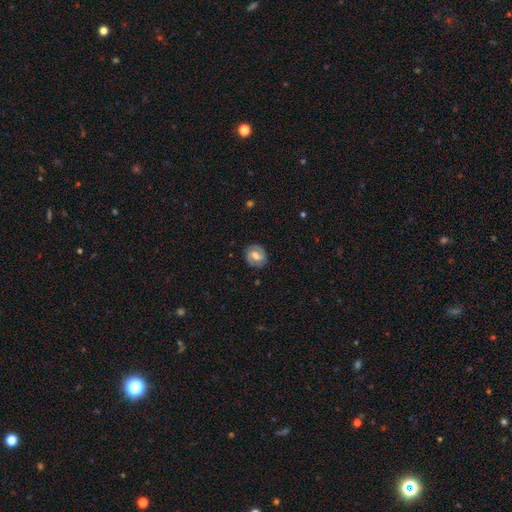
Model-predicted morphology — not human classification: The model was most divided on "bar": weak: 50%, strong: 25%, no: 25%. More confident: edge-on disk — no (97%); merging — none (84%); spiral arms — yes (82%); bulge size — moderate (62%); smooth or featured — featured or disk (62%).